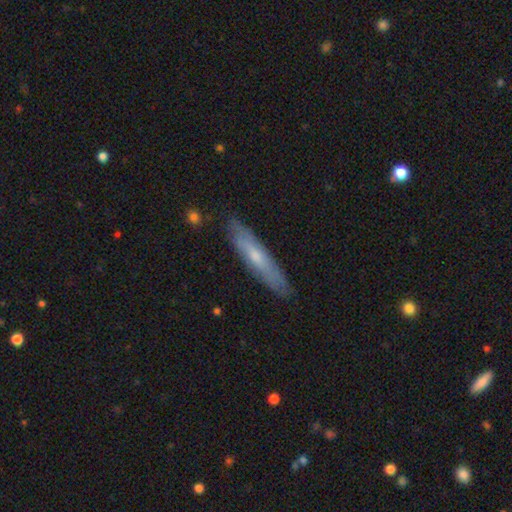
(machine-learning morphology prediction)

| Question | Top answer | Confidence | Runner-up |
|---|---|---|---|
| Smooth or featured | smooth | 49% | featured or disk (45%) |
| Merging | none | 84% | minor disturbance (12%) |